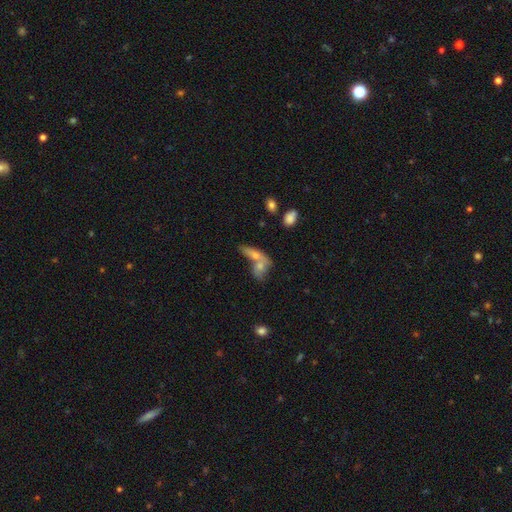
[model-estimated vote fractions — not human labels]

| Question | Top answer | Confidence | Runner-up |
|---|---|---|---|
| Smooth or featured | smooth | 61% | featured or disk (29%) |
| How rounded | in between | 59% | cigar-shaped (31%) |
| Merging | merger | 60% | none (26%) |